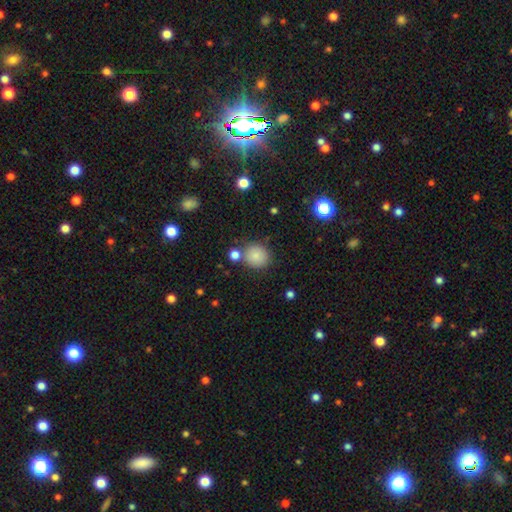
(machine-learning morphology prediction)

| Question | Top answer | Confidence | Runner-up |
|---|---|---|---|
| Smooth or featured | smooth | 84% | star or artifact (10%) |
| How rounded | round | 88% | in between (11%) |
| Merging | none | 77% | merger (10%) |